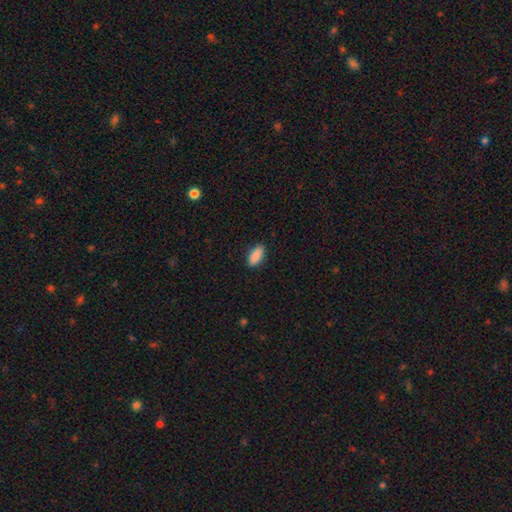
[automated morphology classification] Overall: smooth (89%). How rounded: in between (85%). Merging: none (88%).